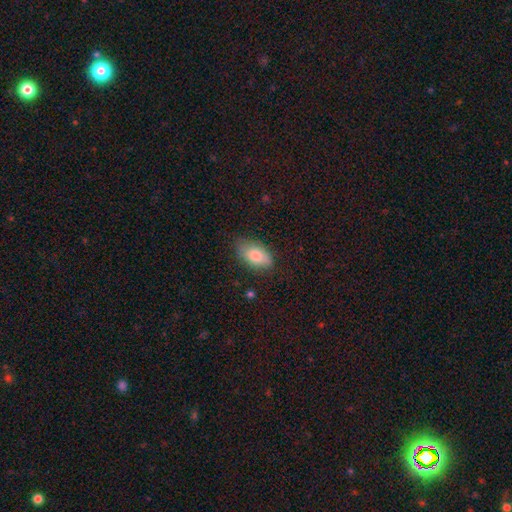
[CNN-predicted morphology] Smooth or featured: smooth — 80% (featured or disk — 13%)
How rounded: in between — 92% (round — 5%)
Merging: none — 78% (minor disturbance — 18%)